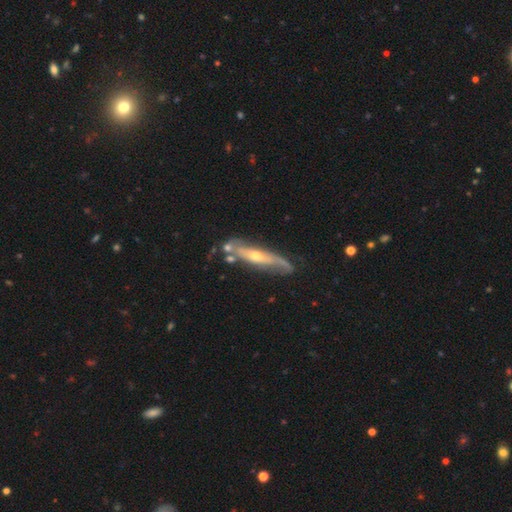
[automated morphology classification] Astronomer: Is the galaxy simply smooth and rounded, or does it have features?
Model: featured or disk — 75%.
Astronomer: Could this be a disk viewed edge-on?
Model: yes — 62% (runner-up: no, 38%).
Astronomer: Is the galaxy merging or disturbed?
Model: none — 61%.